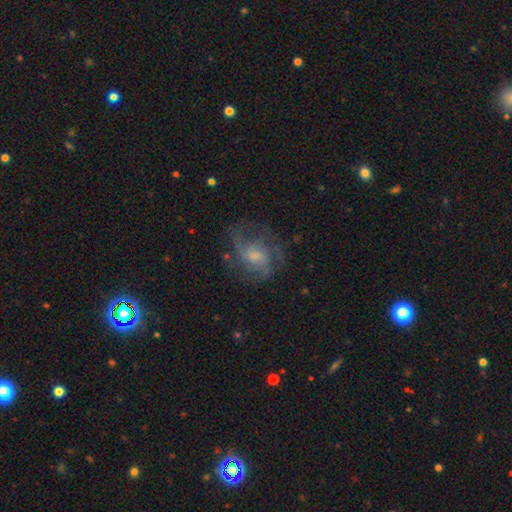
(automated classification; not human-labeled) A featured or disk galaxy (72%) with no bar (55%), medium (48%) spiral arms (88%) and a moderate central bulge (40%). Merging: none (60%).